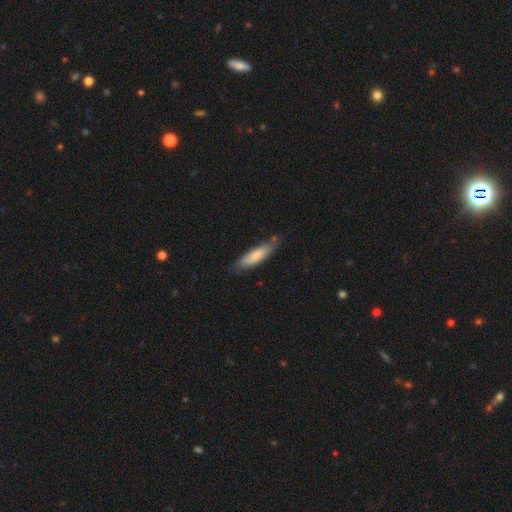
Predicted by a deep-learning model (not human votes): smooth_or_featured: smooth (p=0.76) [alt: featured or disk p=0.18]
how_rounded: cigar-shaped (p=0.65) [alt: in between p=0.33]
merging: none (p=0.72) [alt: minor disturbance p=0.20]